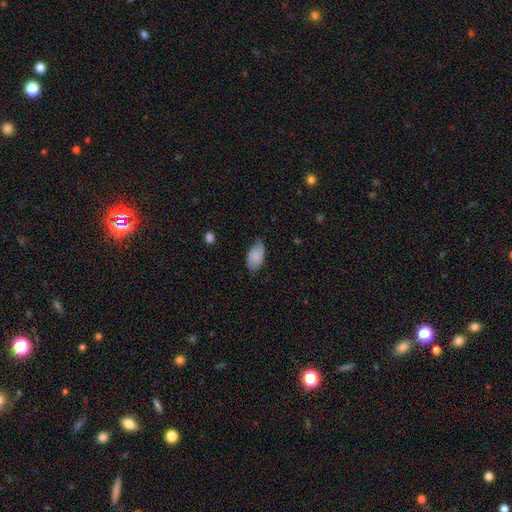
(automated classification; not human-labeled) Q: Smooth or featured?
A: smooth (83%); runner-up: featured or disk (10%)
Q: How rounded?
A: in between (95%); runner-up: round (4%)
Q: Merging?
A: none (68%); runner-up: minor disturbance (26%)